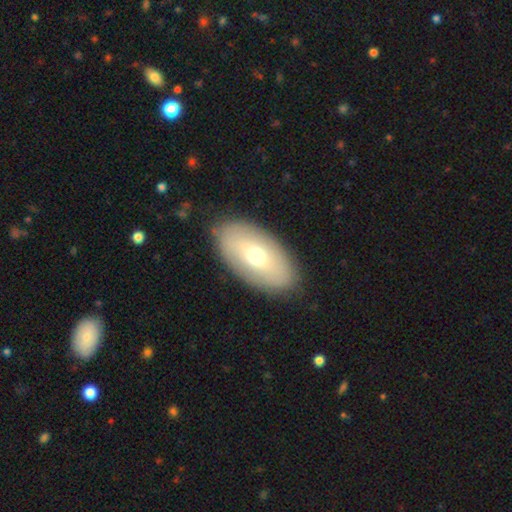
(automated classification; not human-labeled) A smooth galaxy with no disk features (59%) that is in between round and cigar-shaped (94%). Merging: none (87%).